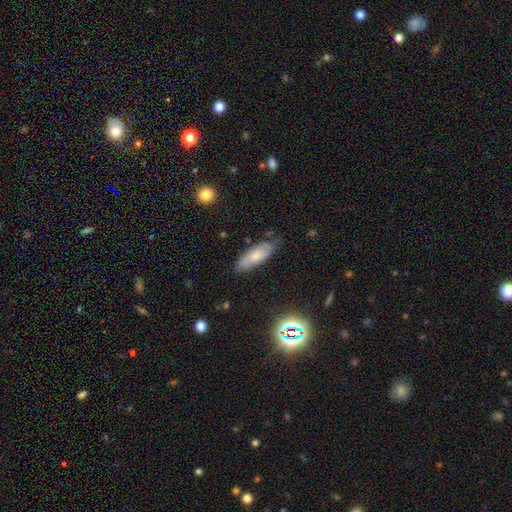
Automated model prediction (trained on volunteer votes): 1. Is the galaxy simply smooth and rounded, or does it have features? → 67% smooth, 25% featured or disk, 8% star or artifact.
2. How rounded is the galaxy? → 67% in between, 31% cigar-shaped, 2% round.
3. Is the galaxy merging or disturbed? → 72% none, 22% minor disturbance, 4% major disturbance, 2% merger.